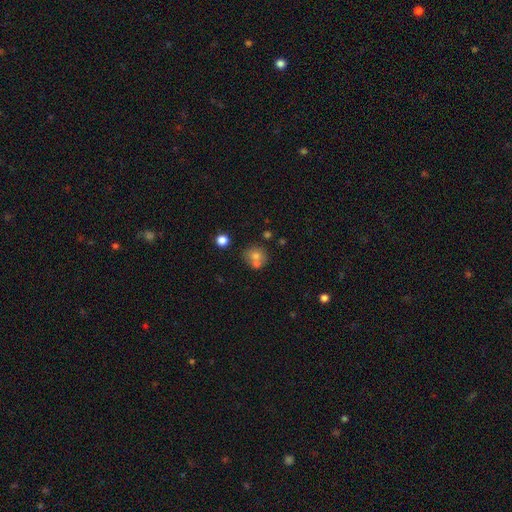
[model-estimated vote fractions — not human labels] Overall: smooth (71%). How rounded: round (80%). Merging: none (50%; merger 36%).